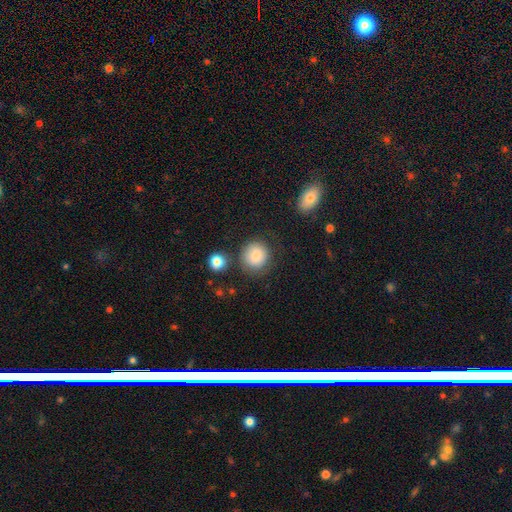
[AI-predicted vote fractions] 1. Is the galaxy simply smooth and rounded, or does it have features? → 85% smooth, 9% star or artifact, 6% featured or disk.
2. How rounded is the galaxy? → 87% round, 12% in between, 1% cigar-shaped.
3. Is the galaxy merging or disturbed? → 76% none, 13% minor disturbance, 5% merger, 5% major disturbance.